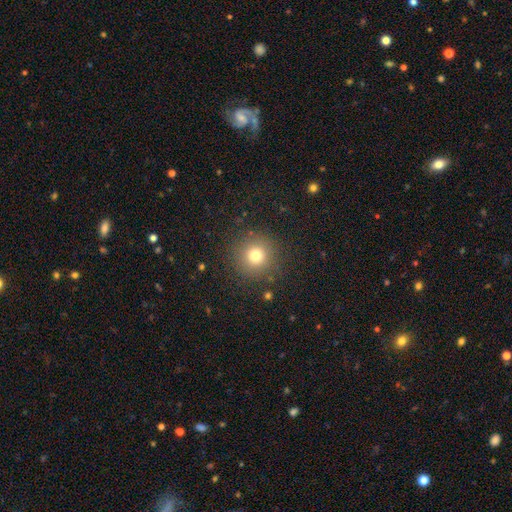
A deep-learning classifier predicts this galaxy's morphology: smooth_or_featured: smooth (p=0.75) [alt: star or artifact p=0.16]
how_rounded: round (p=0.95) [alt: in between p=0.04]
merging: none (p=0.88) [alt: minor disturbance p=0.07]